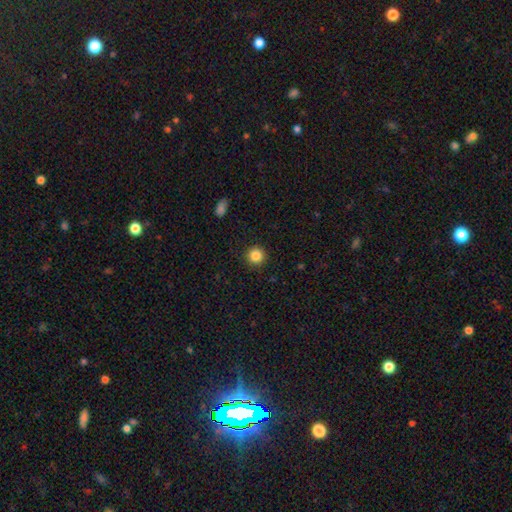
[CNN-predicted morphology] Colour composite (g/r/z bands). It shows a smooth galaxy with no disk features (85%) that is round (95%). Merging: none (92%).